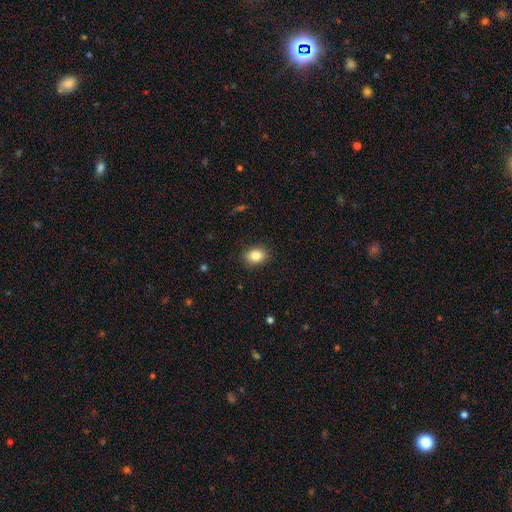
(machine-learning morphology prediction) Smooth or featured?
  - smooth: 85% *
  - star or artifact: 9%
  - featured or disk: 6%
How rounded?
  - in between: 61% *
  - round: 38%
  - cigar-shaped: 1%
Merging?
  - none: 88% *
  - minor disturbance: 9%
  - major disturbance: 2%
  - merger: 1%